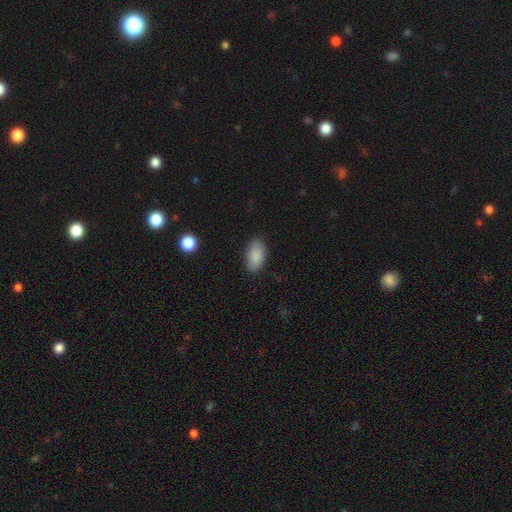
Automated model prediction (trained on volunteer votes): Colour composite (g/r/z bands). It shows a smooth galaxy with no disk features (88%) that is in between round and cigar-shaped (94%). Merging: none (84%).